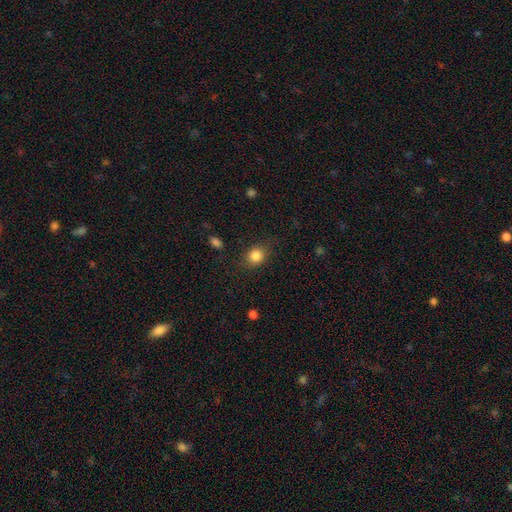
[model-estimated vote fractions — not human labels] Smooth or featured: smooth — 85% (star or artifact — 10%)
How rounded: round — 65% (in between — 34%)
Merging: none — 81% (minor disturbance — 13%)